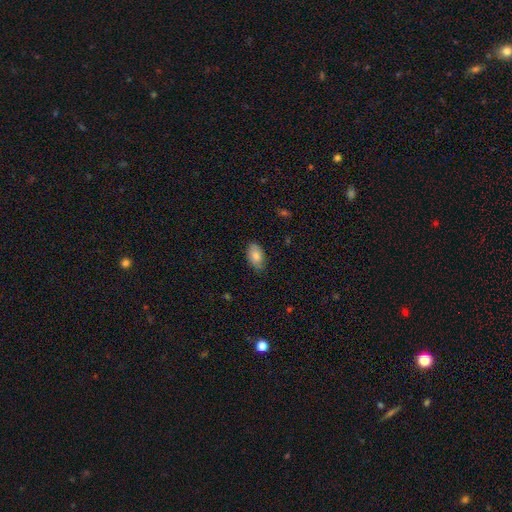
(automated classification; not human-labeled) smooth-or-featured: smooth: 81% | featured or disk: 11% | star or artifact: 7%
  how-rounded: in between: 93% | round: 5% | cigar-shaped: 2%
  merging: none: 78% | minor disturbance: 19% | major disturbance: 3% | merger: 1%